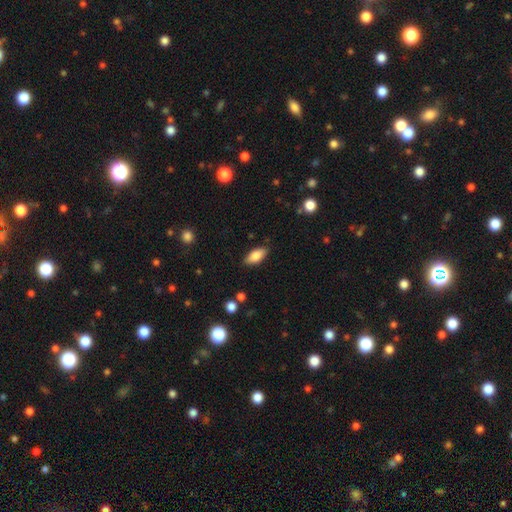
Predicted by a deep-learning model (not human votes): smooth_or_featured: smooth (p=0.81) [alt: featured or disk p=0.12]
how_rounded: in between (p=0.86) [alt: cigar-shaped p=0.11]
merging: none (p=0.85) [alt: minor disturbance p=0.11]